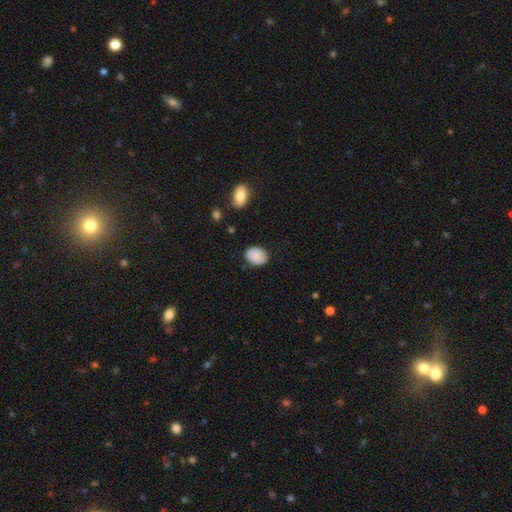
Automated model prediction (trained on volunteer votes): Morphology: type=smooth (85%); roundness=in between (71%); merging=none (82%).